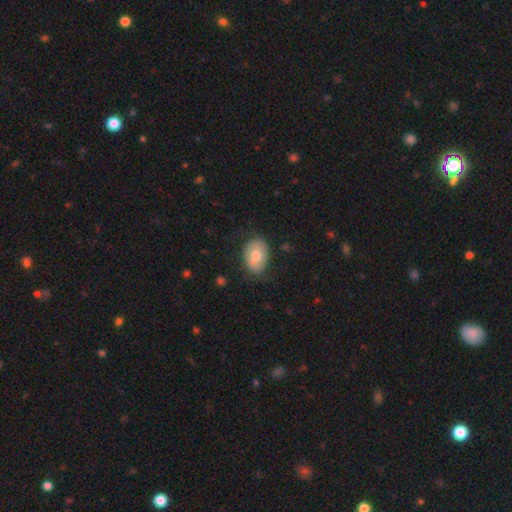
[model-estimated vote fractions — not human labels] Q: Smooth or featured?
A: smooth (71%); runner-up: featured or disk (22%)
Q: How rounded?
A: in between (80%); runner-up: round (19%)
Q: Merging?
A: none (74%); runner-up: minor disturbance (20%)